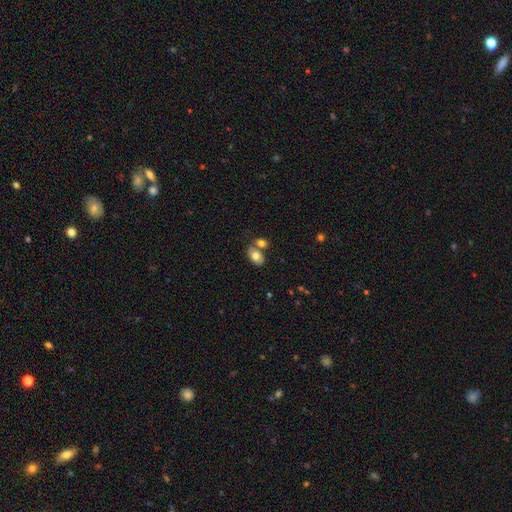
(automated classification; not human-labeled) This is likely a smooth galaxy (76%). How rounded: clearly in between (86%). Merging: possibly none (50%).